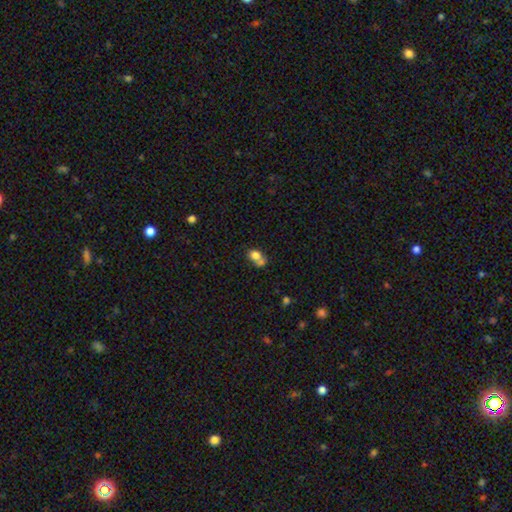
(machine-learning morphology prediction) Overall: smooth (76%). How rounded: round (54%; in between 45%). Merging: merger (53%; none 31%).